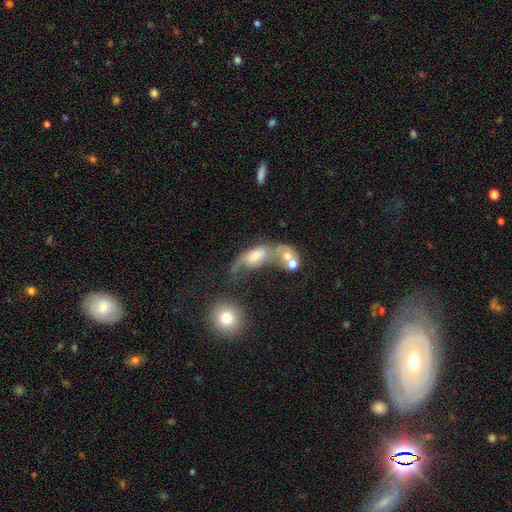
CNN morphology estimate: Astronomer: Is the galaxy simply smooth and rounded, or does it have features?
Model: featured or disk — 45% (runner-up: smooth, 43%).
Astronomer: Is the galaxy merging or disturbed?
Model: merger — 49% (runner-up: major disturbance, 26%).